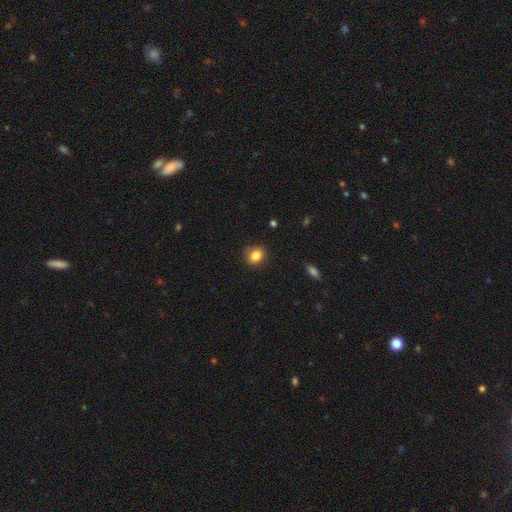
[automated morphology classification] smooth 84%, star or artifact 10%, featured or disk 6%. Down the decision tree: how rounded — round (67%); merging — none (83%).